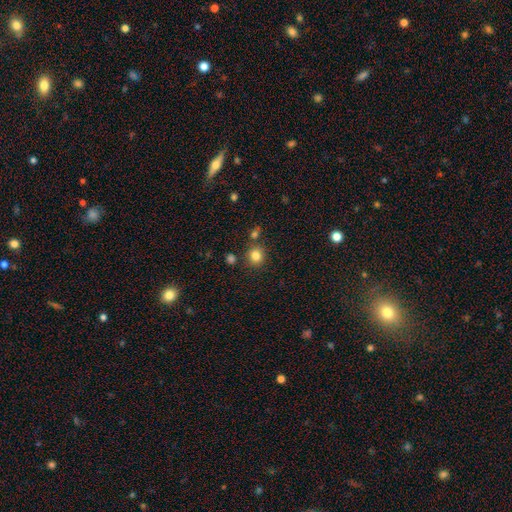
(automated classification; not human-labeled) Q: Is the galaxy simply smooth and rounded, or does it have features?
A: smooth — 82%.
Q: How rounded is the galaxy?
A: round — 88%.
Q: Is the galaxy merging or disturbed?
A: none — 80%.